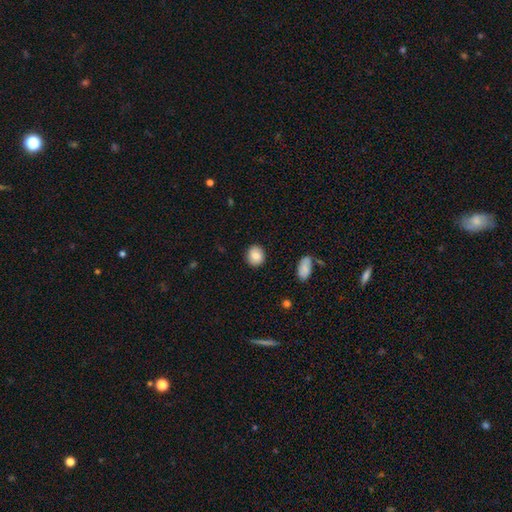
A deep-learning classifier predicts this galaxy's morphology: Smooth or featured: smooth — 81% (featured or disk — 11%)
How rounded: round — 75% (in between — 24%)
Merging: none — 87% (minor disturbance — 10%)